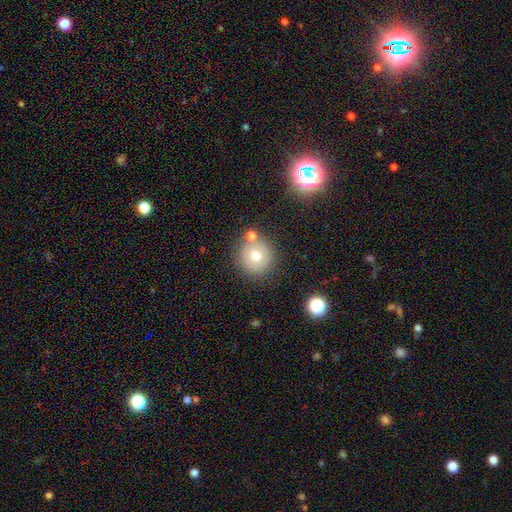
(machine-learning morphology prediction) Smooth or featured? smooth (71%)
How rounded? round (93%)
Merging? none (74%)